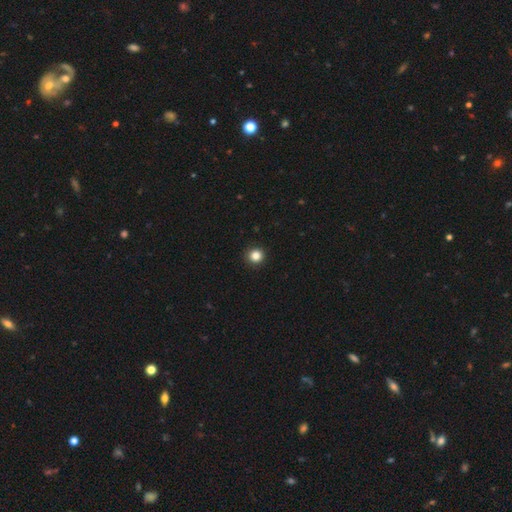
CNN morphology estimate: Smooth or featured? Predicted: smooth (p=0.84). How rounded? Predicted: round (p=0.94). Merging? Predicted: none (p=0.93).